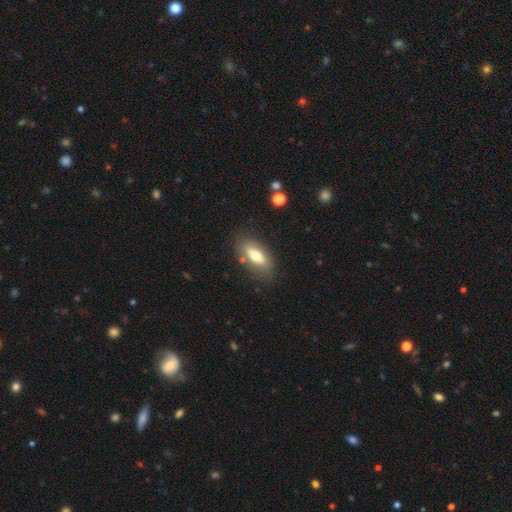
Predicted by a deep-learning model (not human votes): smooth 64%, featured or disk 29%, star or artifact 7%. Down the decision tree: how rounded — in between (82%); merging — none (76%).